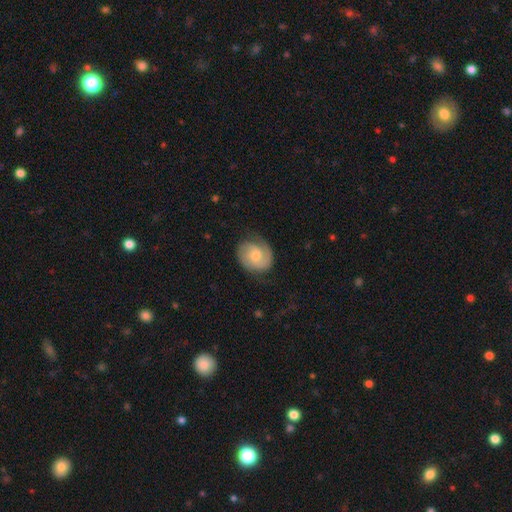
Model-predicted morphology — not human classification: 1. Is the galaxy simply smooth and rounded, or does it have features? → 66% featured or disk, 28% smooth, 6% star or artifact.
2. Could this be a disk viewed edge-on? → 97% no, 3% yes.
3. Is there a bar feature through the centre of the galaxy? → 68% no, 28% weak, 4% strong.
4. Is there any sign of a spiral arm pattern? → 91% yes, 9% no.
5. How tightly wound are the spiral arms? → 47% tight, 37% medium, 16% loose.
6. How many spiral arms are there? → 67% 2, 15% 1, 12% can't tell, 3% 3, 1% 4, 1% more than 4.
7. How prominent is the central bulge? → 58% moderate, 34% small, 4% large, 2% none, 1% dominant.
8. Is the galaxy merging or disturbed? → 68% none, 21% minor disturbance, 9% major disturbance, 1% merger.